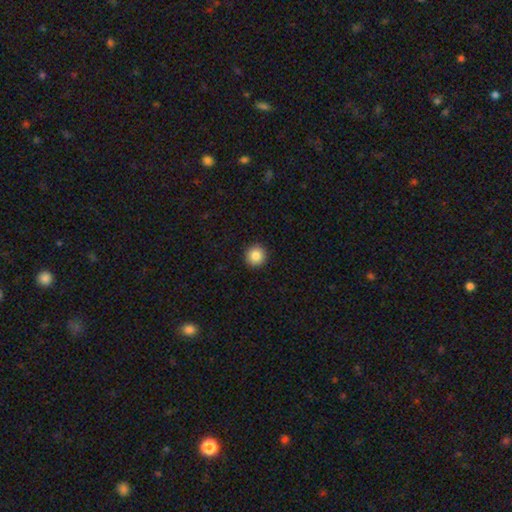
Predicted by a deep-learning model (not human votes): This appears to be a smooth galaxy with no disk features (86%) that is round (95%). Merging: none (93%).